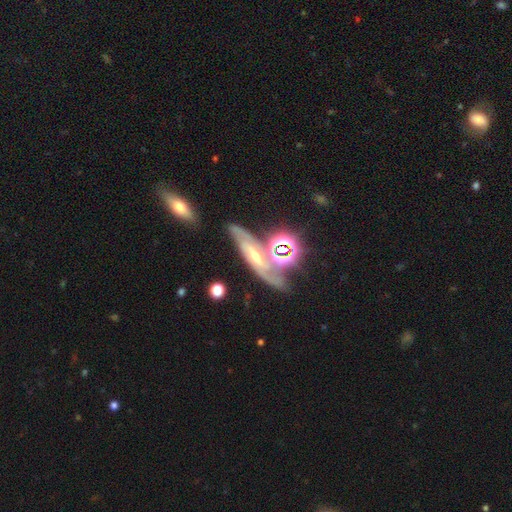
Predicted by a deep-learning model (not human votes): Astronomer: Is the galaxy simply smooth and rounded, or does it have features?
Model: featured or disk — 67%.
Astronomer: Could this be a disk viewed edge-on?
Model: no — 81%.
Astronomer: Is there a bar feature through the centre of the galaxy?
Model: weak — 38% (runner-up: no, 36%).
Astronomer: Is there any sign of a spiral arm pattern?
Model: yes — 91%.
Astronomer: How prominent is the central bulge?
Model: small — 47% (runner-up: moderate, 46%).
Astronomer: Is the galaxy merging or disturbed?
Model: none — 57%.